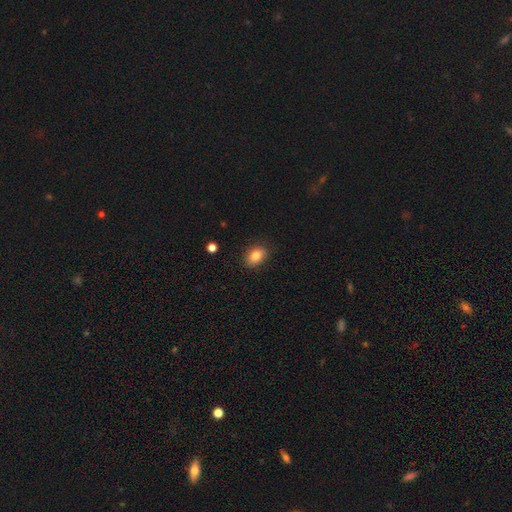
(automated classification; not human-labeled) Q: Smooth or featured?
A: smooth (82%); runner-up: star or artifact (9%)
Q: How rounded?
A: in between (74%); runner-up: round (25%)
Q: Merging?
A: none (87%); runner-up: minor disturbance (9%)